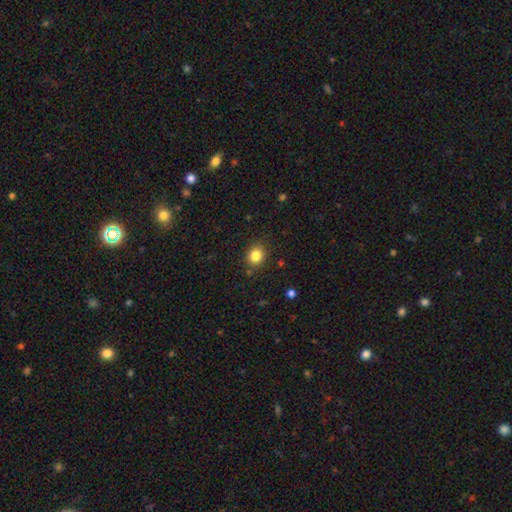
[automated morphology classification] smooth-or-featured: smooth: 83% | star or artifact: 11% | featured or disk: 6%
  how-rounded: round: 68% | in between: 31% | cigar-shaped: 1%
  merging: none: 86% | minor disturbance: 10% | major disturbance: 2% | merger: 2%